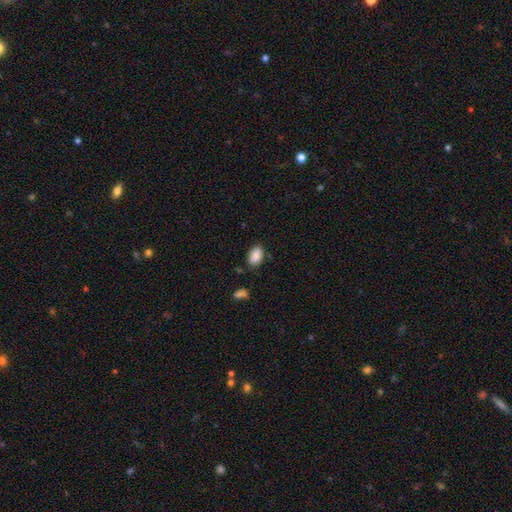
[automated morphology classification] A smooth galaxy with no disk features (87%) that is in between round and cigar-shaped (89%). Merging: none (81%).